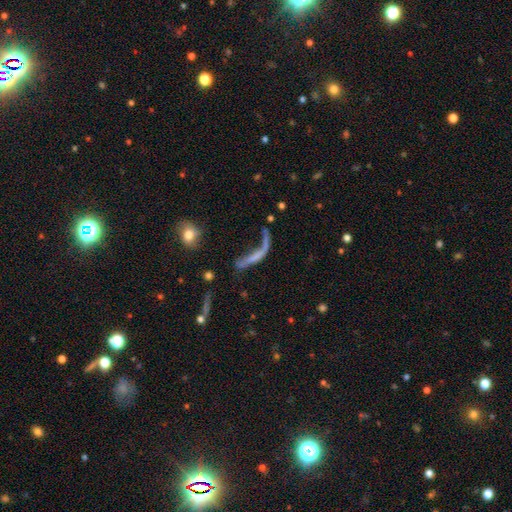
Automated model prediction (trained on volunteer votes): The model was most divided on "smooth or featured": featured or disk: 50%, smooth: 36%, star or artifact: 14%. Remaining: edge-on disk — no (70%); merging — major disturbance (47%).